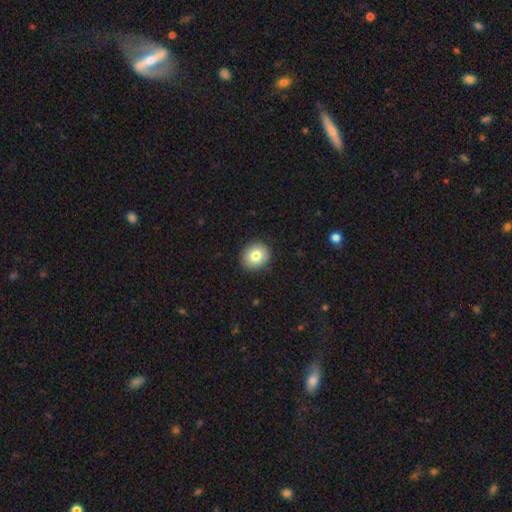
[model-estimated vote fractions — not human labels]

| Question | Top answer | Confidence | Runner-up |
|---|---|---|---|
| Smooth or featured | smooth | 80% | featured or disk (11%) |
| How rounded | round | 81% | in between (19%) |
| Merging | none | 91% | minor disturbance (7%) |